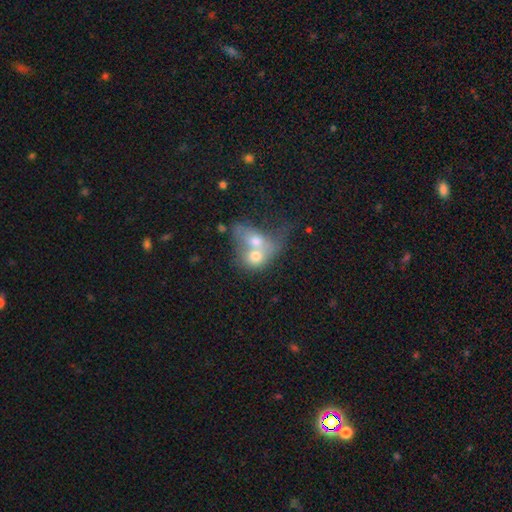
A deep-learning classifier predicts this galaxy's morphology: Smooth or featured? Predicted: smooth (p=0.62). How rounded? Predicted: in between (p=0.55). Merging? Predicted: merger (p=0.80).